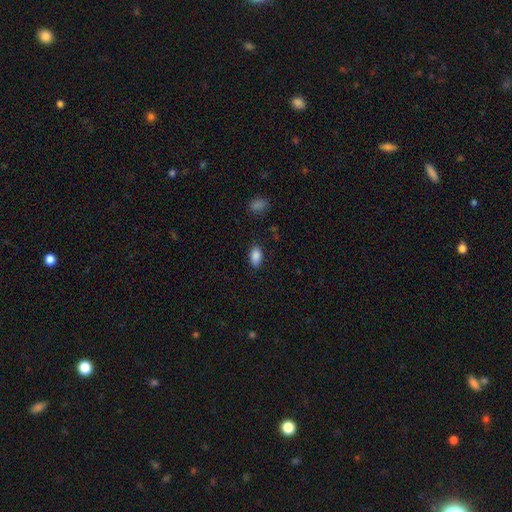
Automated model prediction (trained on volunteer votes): A smooth galaxy with no disk features (88%) that is in between round and cigar-shaped (92%).

Vote fractions:
- Smooth or featured? smooth: 88% / star or artifact: 8% / featured or disk: 4%
- How rounded? in between: 92% / round: 6% / cigar-shaped: 3%
- Merging? none: 84% / minor disturbance: 12% / major disturbance: 3% / merger: 1%